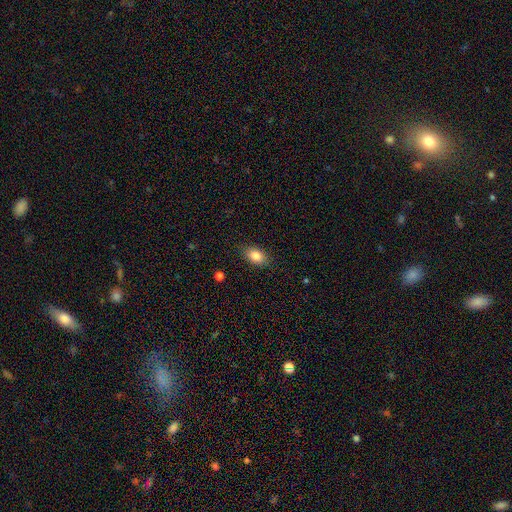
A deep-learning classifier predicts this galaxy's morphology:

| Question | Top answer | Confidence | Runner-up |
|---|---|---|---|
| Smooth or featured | smooth | 84% | star or artifact (8%) |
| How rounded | in between | 86% | round (11%) |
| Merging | none | 86% | minor disturbance (11%) |